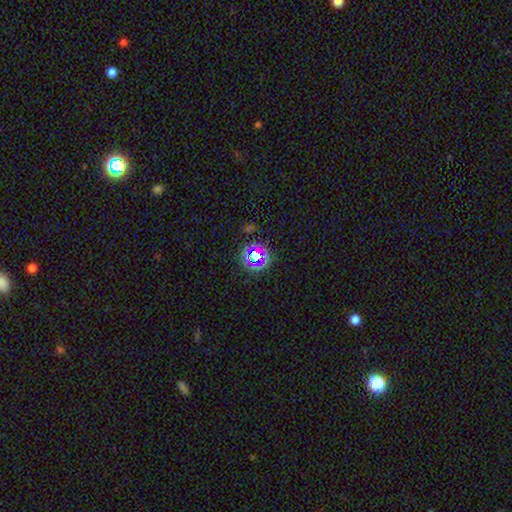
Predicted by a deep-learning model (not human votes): A star or artifact, not a galaxy (59%).